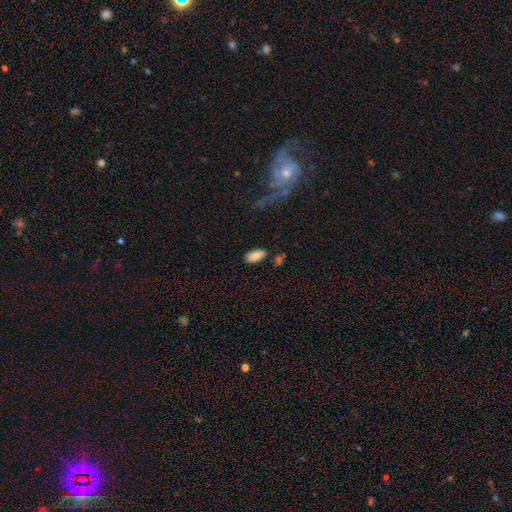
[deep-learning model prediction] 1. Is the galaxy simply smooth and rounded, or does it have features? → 83% smooth, 10% featured or disk, 7% star or artifact.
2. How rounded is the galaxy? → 91% in between, 7% cigar-shaped, 2% round.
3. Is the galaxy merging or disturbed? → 80% none, 13% minor disturbance, 4% merger, 3% major disturbance.